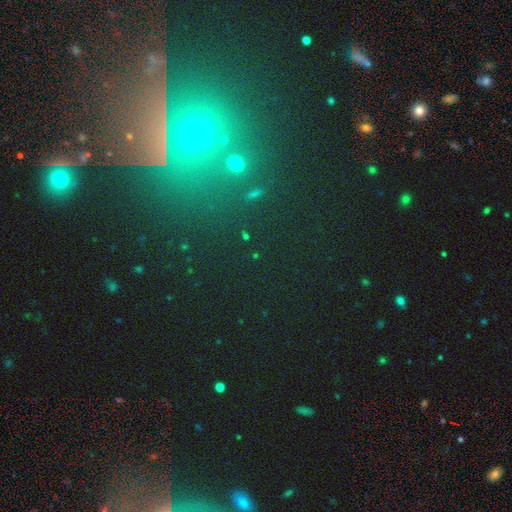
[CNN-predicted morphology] Smooth or featured?
  - star or artifact: 66% *
  - smooth: 24%
  - featured or disk: 10%